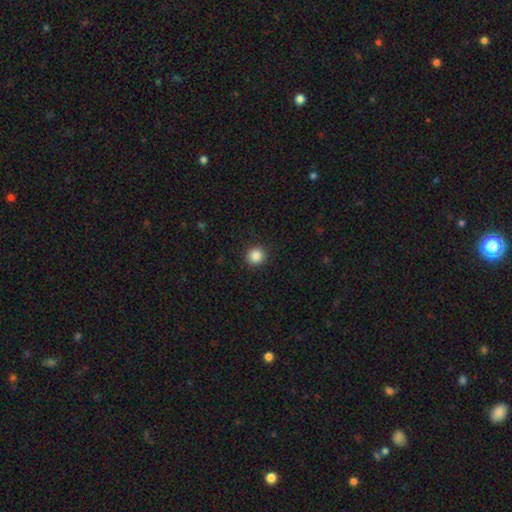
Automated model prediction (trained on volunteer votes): Smooth or featured?
  - smooth: 87% *
  - star or artifact: 10%
  - featured or disk: 3%
How rounded?
  - round: 93% *
  - in between: 6%
  - cigar-shaped: 1%
Merging?
  - none: 91% *
  - minor disturbance: 6%
  - major disturbance: 2%
  - merger: 1%